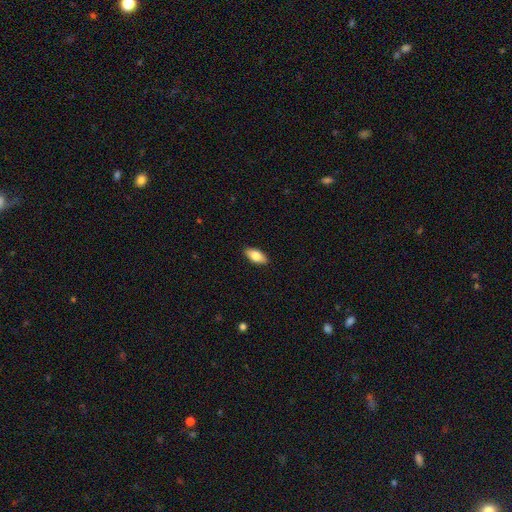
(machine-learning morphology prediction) Smooth or featured? smooth (80%)
How rounded? in between (89%)
Merging? none (89%)